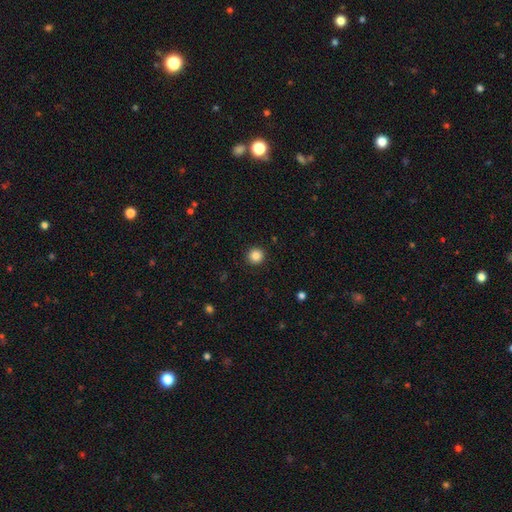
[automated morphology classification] Q: Smooth or featured?
A: smooth (86%); runner-up: star or artifact (10%)
Q: How rounded?
A: round (94%); runner-up: in between (5%)
Q: Merging?
A: none (92%); runner-up: minor disturbance (5%)